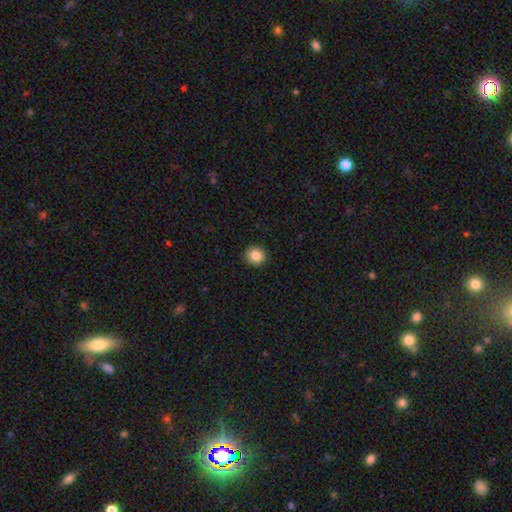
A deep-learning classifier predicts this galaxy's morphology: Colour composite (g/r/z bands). It shows a smooth galaxy with no disk features (86%) that is round (90%). Merging: none (93%).